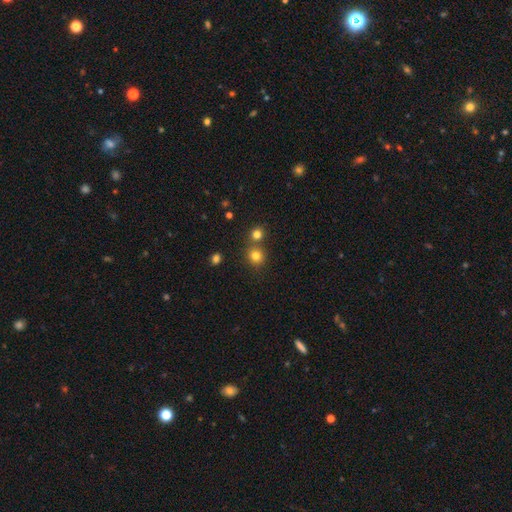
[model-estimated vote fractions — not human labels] This is likely a smooth galaxy (79%). How rounded: clearly round (88%). Merging: likely none (70%).